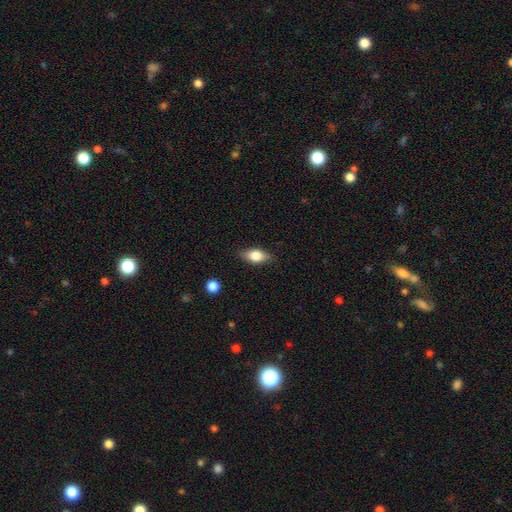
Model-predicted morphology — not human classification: Smooth or featured? smooth (73%)
How rounded? in between (83%)
Merging? none (84%)